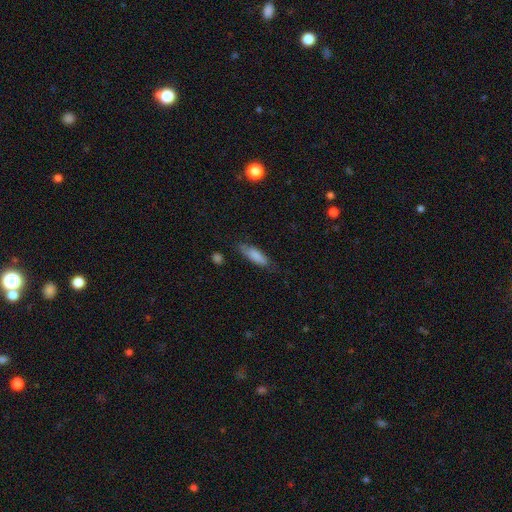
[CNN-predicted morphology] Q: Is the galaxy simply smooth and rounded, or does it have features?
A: smooth — 83%.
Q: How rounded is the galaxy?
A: cigar-shaped — 50%.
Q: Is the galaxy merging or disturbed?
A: none — 70%.